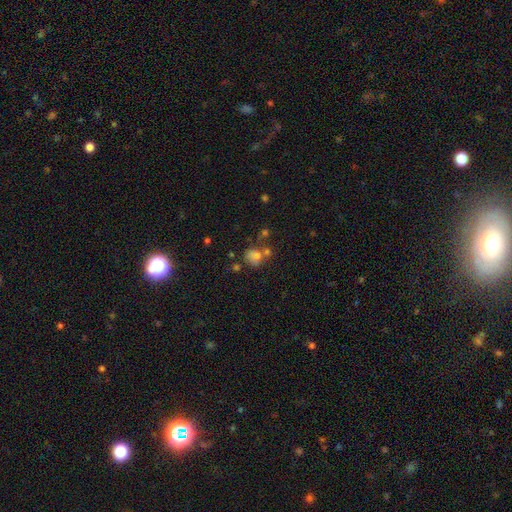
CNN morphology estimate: A smooth galaxy with no disk features (69%) that is round (58%).

Vote fractions:
- Smooth or featured? smooth: 69% / star or artifact: 16% / featured or disk: 15%
- How rounded? round: 58% / in between: 41% / cigar-shaped: 1%
- Merging? none: 43% / merger: 28% / minor disturbance: 18% / major disturbance: 11%